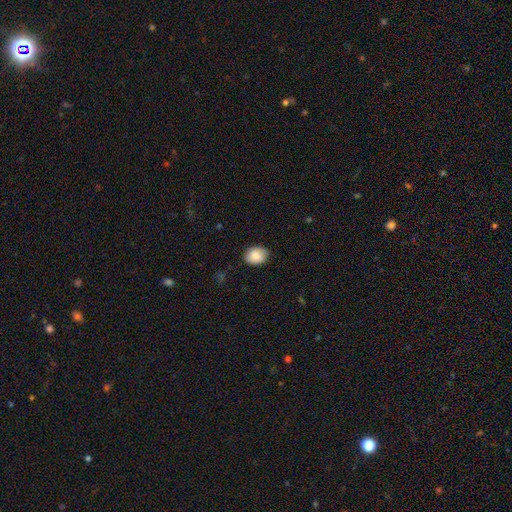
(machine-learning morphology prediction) This appears to be a smooth galaxy with no disk features (87%) that is in between round and cigar-shaped (60%). Merging: none (84%).